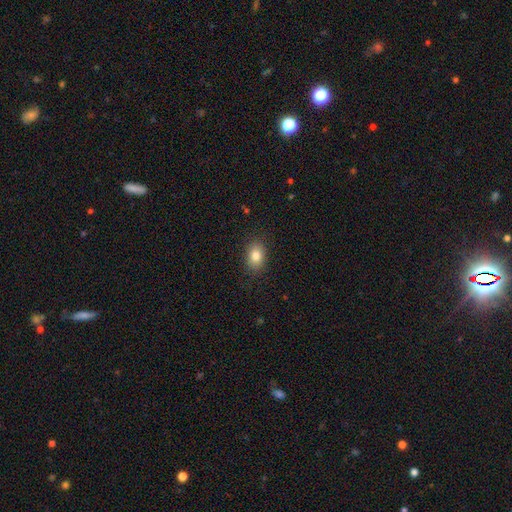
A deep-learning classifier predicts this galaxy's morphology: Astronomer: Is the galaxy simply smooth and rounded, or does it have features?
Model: smooth — 83%.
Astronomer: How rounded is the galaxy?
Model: in between — 75%.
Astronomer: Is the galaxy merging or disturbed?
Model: none — 87%.